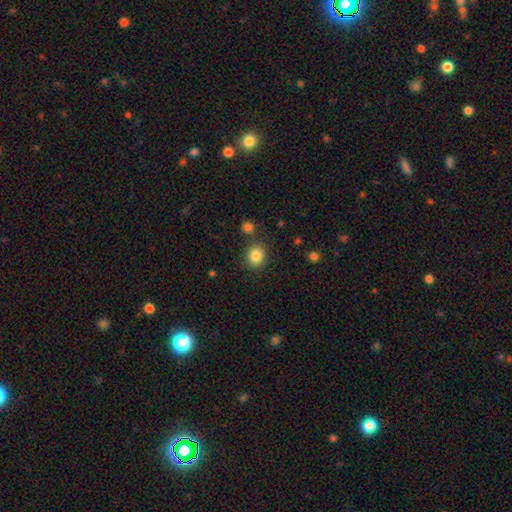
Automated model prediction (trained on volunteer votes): Smooth or featured? Predicted: smooth (p=0.84). How rounded? Predicted: round (p=0.76). Merging? Predicted: none (p=0.83).